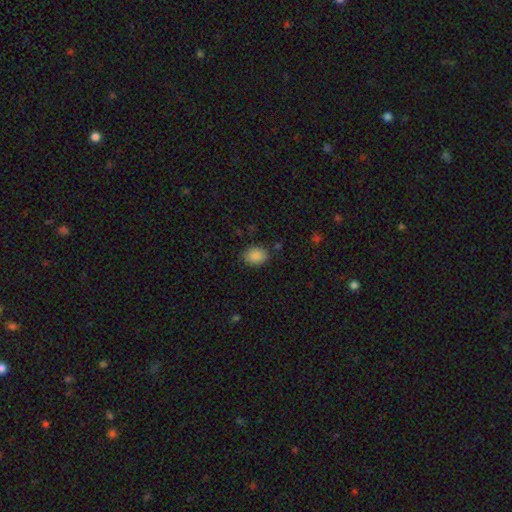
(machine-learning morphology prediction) The model was most divided on "how rounded": in between: 63%, round: 36%, cigar-shaped: 1%. More confident: smooth or featured — smooth (88%); merging — none (82%).